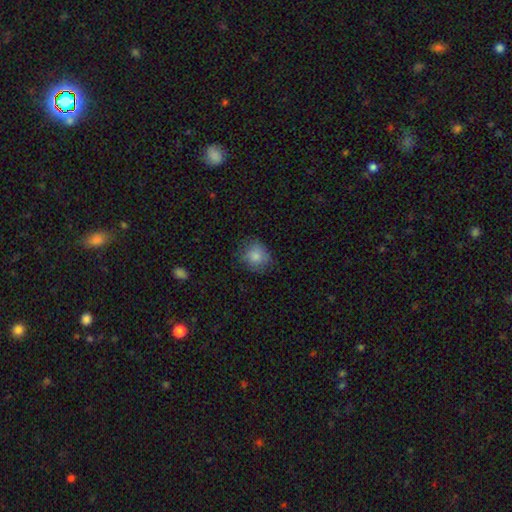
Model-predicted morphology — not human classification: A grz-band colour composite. It shows a smooth galaxy with no disk features (82%) that is round (79%). Merging: none (72%).